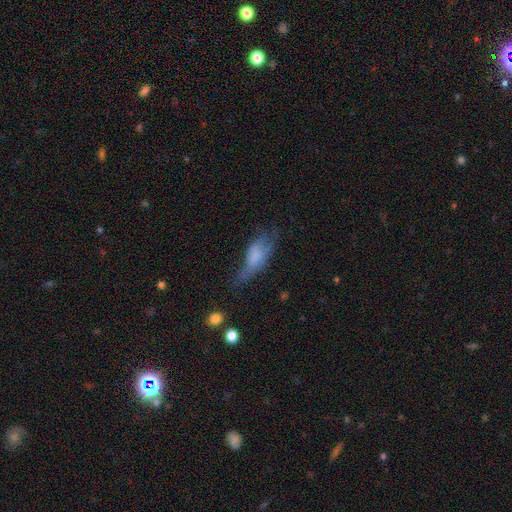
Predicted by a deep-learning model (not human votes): This is possibly a smooth galaxy (60%). How rounded: likely in between (72%). Merging: marginally major disturbance (33%).